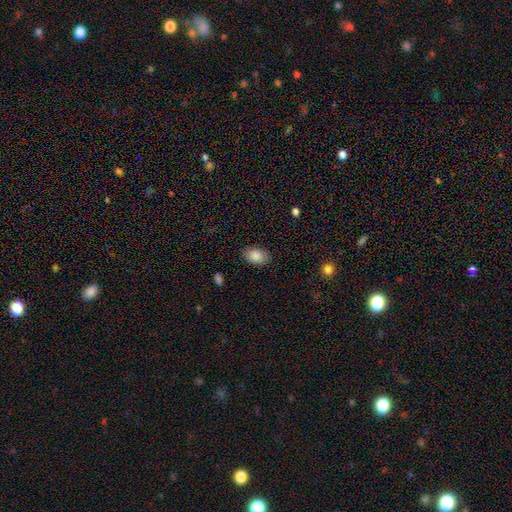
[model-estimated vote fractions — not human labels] Q: Smooth or featured?
A: smooth (87%); runner-up: star or artifact (7%)
Q: How rounded?
A: in between (89%); runner-up: round (10%)
Q: Merging?
A: none (85%); runner-up: minor disturbance (11%)